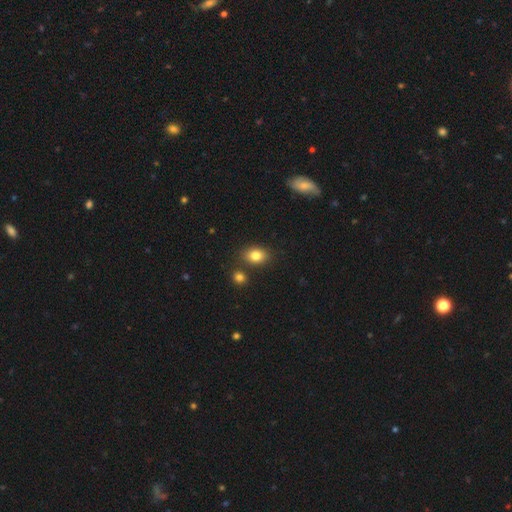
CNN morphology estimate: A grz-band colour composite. It shows a smooth galaxy with no disk features (82%) that is in between round and cigar-shaped (72%). Merging: none (78%).